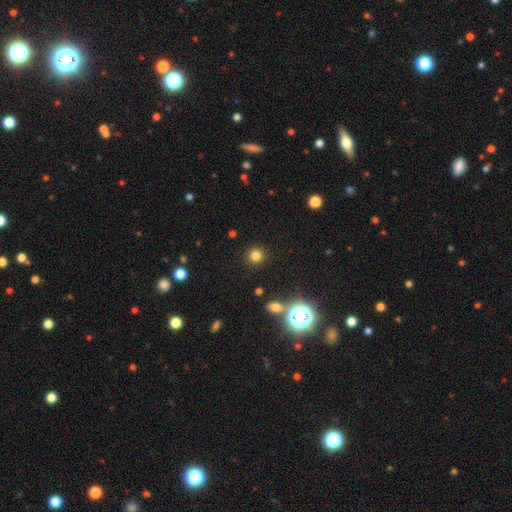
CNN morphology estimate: The model was most divided on "smooth or featured": smooth: 77%, star or artifact: 17%, featured or disk: 5%. More confident: how rounded — round (93%); merging — none (90%).